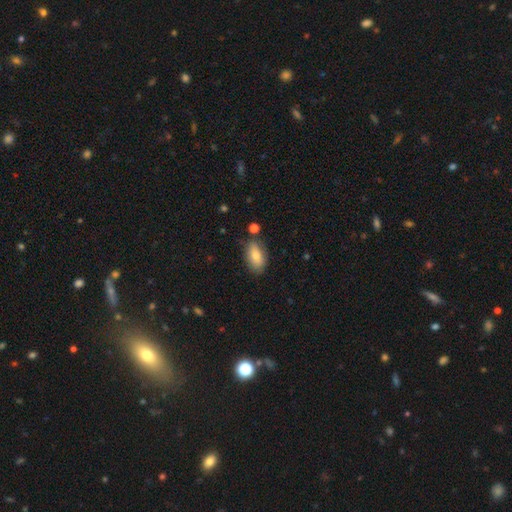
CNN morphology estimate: smooth-or-featured: smooth: 77% | featured or disk: 16% | star or artifact: 7%
  how-rounded: in between: 91% | round: 5% | cigar-shaped: 4%
  merging: none: 74% | minor disturbance: 18% | merger: 4% | major disturbance: 4%